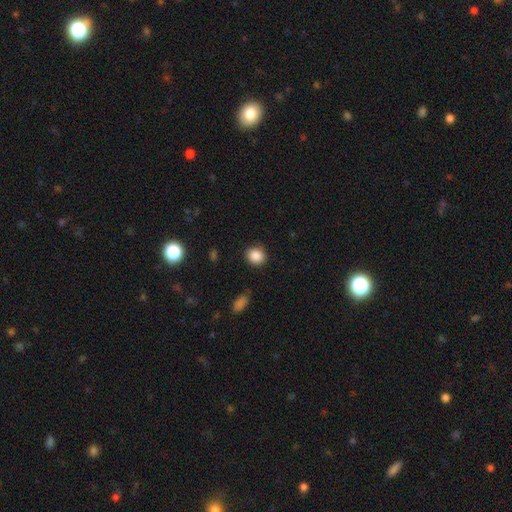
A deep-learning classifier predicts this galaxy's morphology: type=smooth (87%); roundness=round (75%); merging=none (83%).